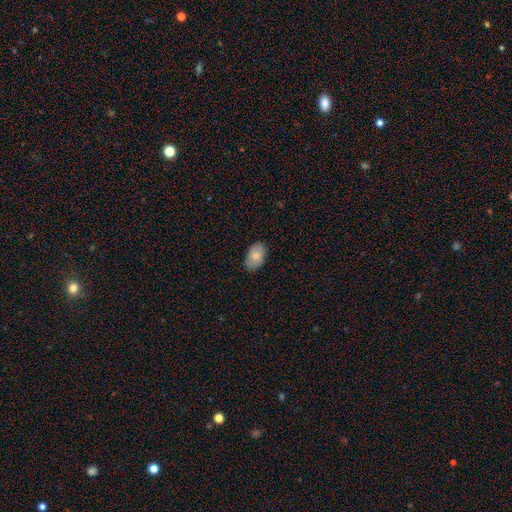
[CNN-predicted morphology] Q: Smooth or featured?
A: smooth (84%); runner-up: featured or disk (10%)
Q: How rounded?
A: in between (92%); runner-up: round (7%)
Q: Merging?
A: none (83%); runner-up: minor disturbance (14%)